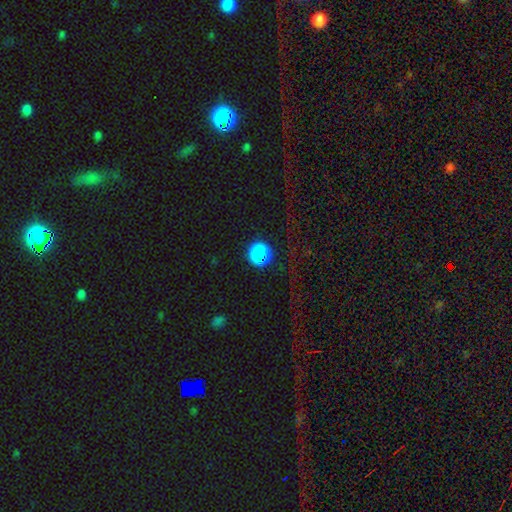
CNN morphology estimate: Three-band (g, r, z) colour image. It shows a smooth galaxy with no disk features (62%) that is round (92%). Merging: none (86%).